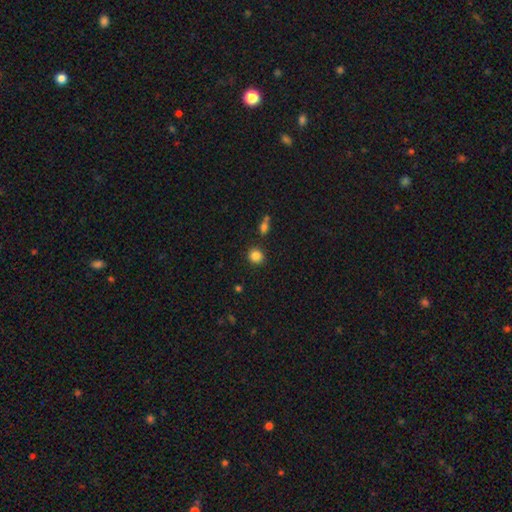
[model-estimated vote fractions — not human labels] This appears to be a smooth galaxy with no disk features (86%) that is round (84%). Merging: none (86%).